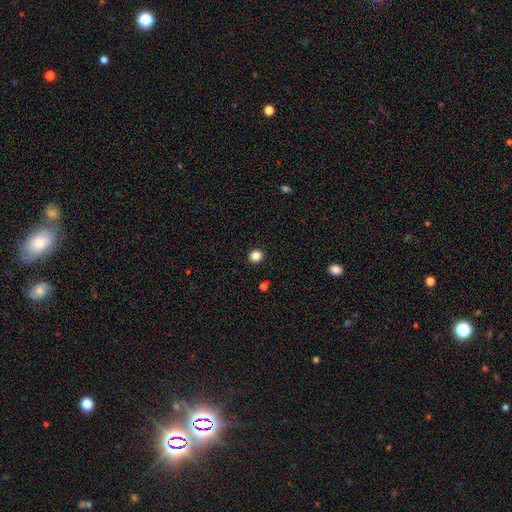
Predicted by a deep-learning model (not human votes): Smooth or featured?
  - smooth: 85% *
  - star or artifact: 11%
  - featured or disk: 3%
How rounded?
  - round: 86% *
  - in between: 13%
  - cigar-shaped: 1%
Merging?
  - none: 93% *
  - minor disturbance: 4%
  - major disturbance: 2%
  - merger: 1%